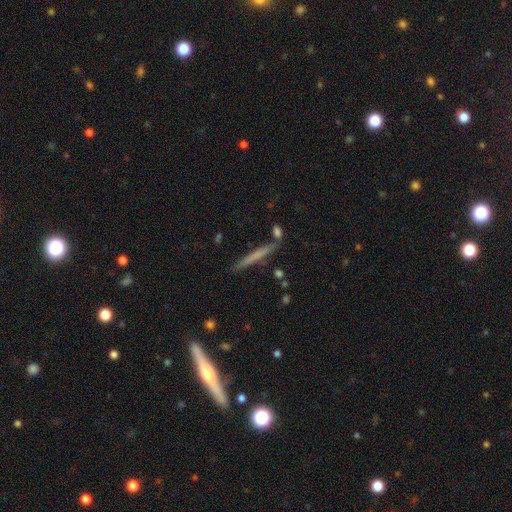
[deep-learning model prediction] The model was most divided on "smooth or featured": smooth: 52%, featured or disk: 42%, star or artifact: 6%. More confident: how rounded — cigar-shaped (96%); merging — none (85%).